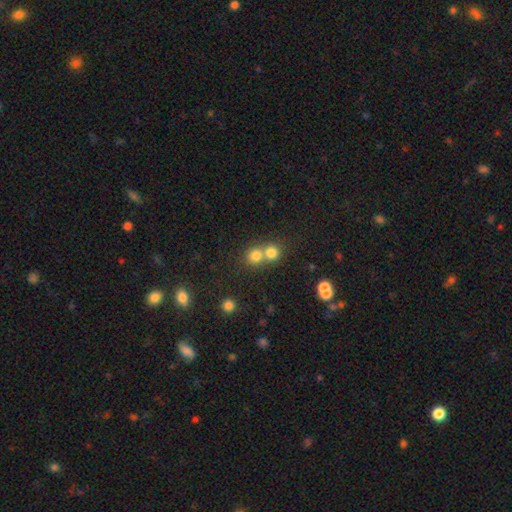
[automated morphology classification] smooth_or_featured: smooth (p=0.77) [alt: star or artifact p=0.14]
how_rounded: round (p=0.88) [alt: in between p=0.11]
merging: merger (p=0.51) [alt: none p=0.43]